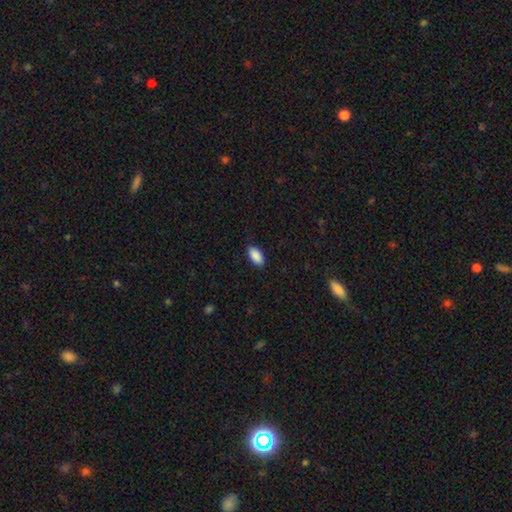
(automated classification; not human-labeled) This is clearly a smooth galaxy (91%). How rounded: clearly in between (94%). Merging: clearly none (88%).